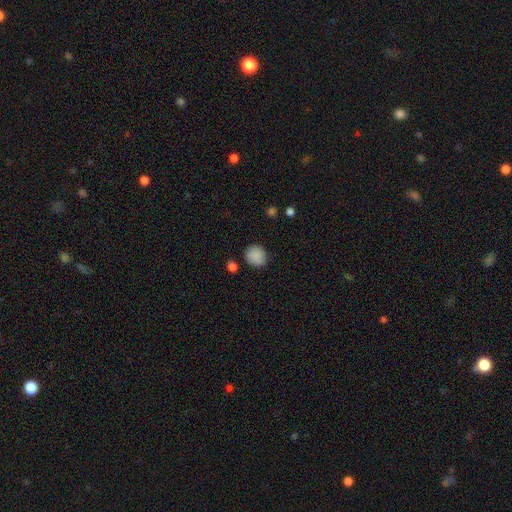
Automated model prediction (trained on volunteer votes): A smooth galaxy with no disk features (87%) that is round (84%). Merging: none (82%).